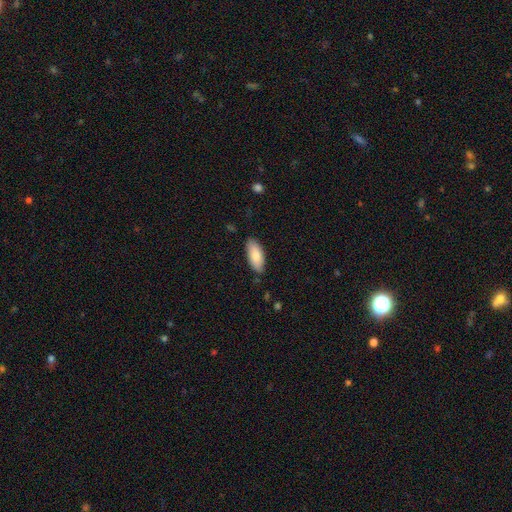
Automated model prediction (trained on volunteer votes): smooth_or_featured: smooth (p=0.82) [alt: featured or disk p=0.12]
how_rounded: in between (p=0.87) [alt: cigar-shaped p=0.11]
merging: none (p=0.82) [alt: minor disturbance p=0.14]